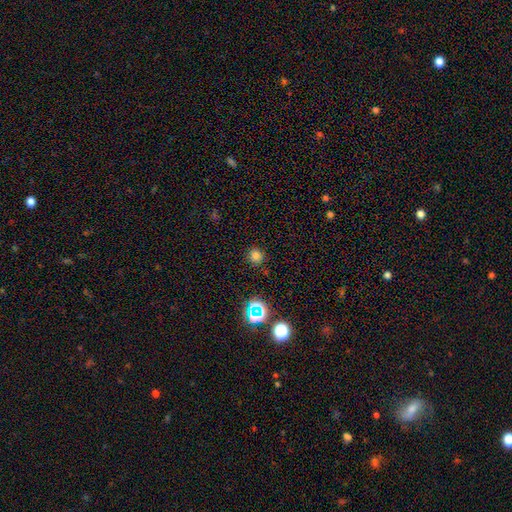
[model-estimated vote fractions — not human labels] smooth-or-featured: smooth: 73% | star or artifact: 22% | featured or disk: 5%
  how-rounded: round: 90% | in between: 9% | cigar-shaped: 1%
  merging: none: 86% | minor disturbance: 9% | major disturbance: 3% | merger: 2%